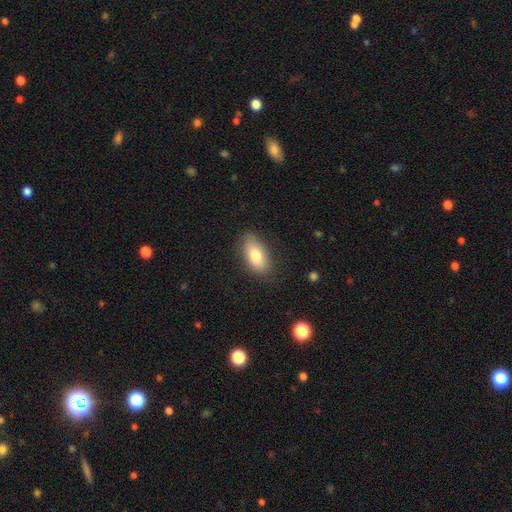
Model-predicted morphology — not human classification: The model was most divided on "smooth or featured": smooth: 77%, featured or disk: 16%, star or artifact: 7%. More confident: how rounded — in between (88%); merging — none (81%).